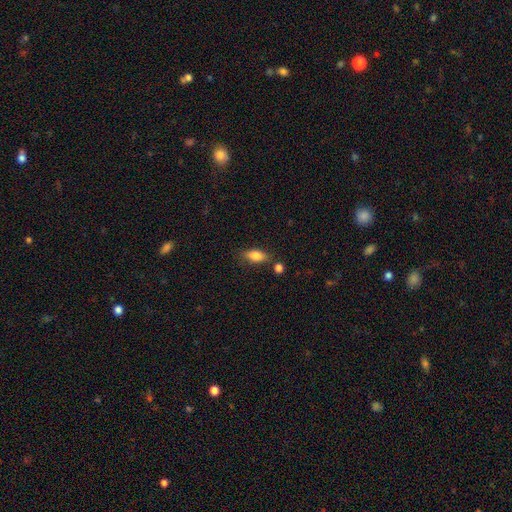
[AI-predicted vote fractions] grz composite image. It shows a smooth galaxy with no disk features (81%) that is in between round and cigar-shaped (83%). Merging: none (73%).